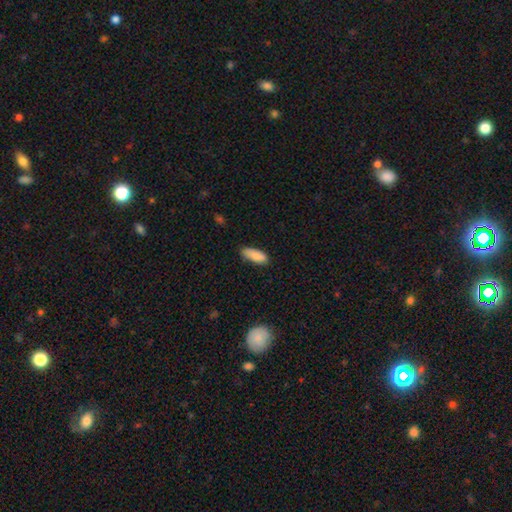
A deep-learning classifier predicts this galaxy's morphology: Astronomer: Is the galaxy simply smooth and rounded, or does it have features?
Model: smooth — 88%.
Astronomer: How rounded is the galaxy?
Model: in between — 71%.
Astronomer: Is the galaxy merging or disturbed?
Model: none — 78%.